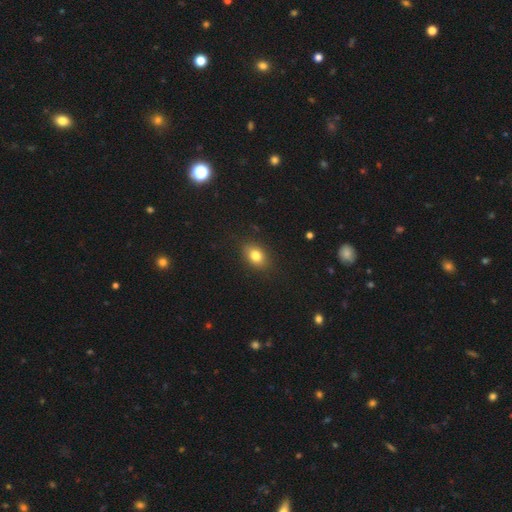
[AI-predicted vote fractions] smooth_or_featured: smooth (p=0.82) [alt: star or artifact p=0.10]
how_rounded: in between (p=0.72) [alt: round p=0.26]
merging: none (p=0.84) [alt: minor disturbance p=0.12]